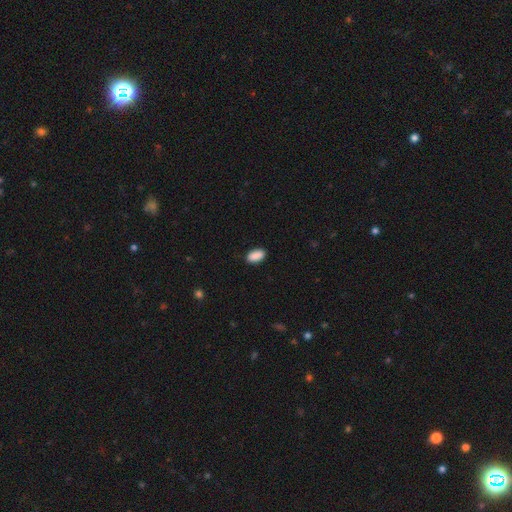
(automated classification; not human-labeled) Overall: smooth (90%). How rounded: in between (93%). Merging: none (88%).